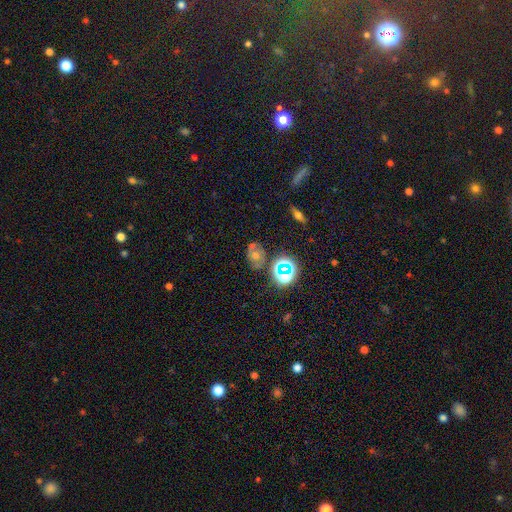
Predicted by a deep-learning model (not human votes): Overall: smooth (39%; star or artifact 31%). Merging: none (62%).